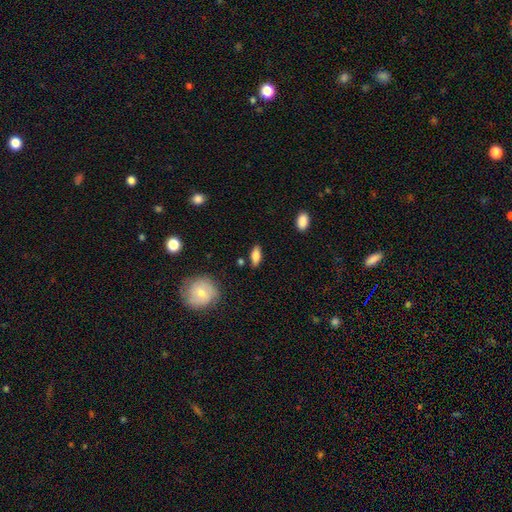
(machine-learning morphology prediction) A smooth galaxy with no disk features (76%) that is in between round and cigar-shaped (74%). Merging: none (83%).